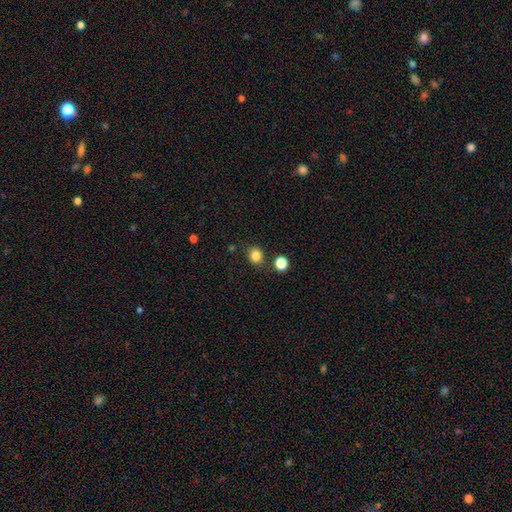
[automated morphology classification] Smooth or featured? smooth (84%)
How rounded? round (67%)
Merging? none (79%)